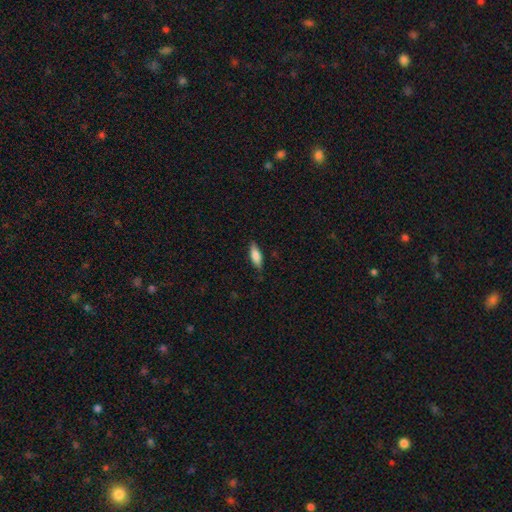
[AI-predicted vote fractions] This is likely a smooth galaxy (78%). How rounded: possibly in between (60%). Merging: clearly none (82%).